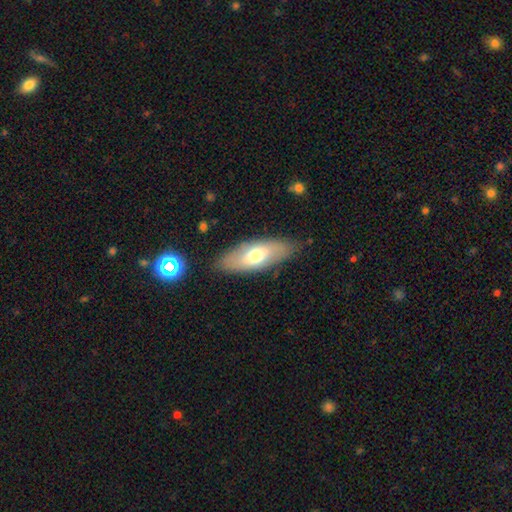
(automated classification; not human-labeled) Overall: smooth (64%; featured or disk 30%). How rounded: in between (76%). Merging: none (83%).